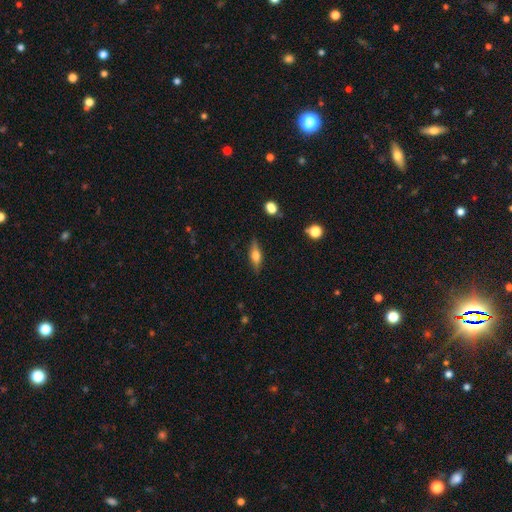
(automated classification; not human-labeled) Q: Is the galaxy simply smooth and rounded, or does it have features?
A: featured or disk — 46%, tied with smooth.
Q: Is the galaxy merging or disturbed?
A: none — 84%.